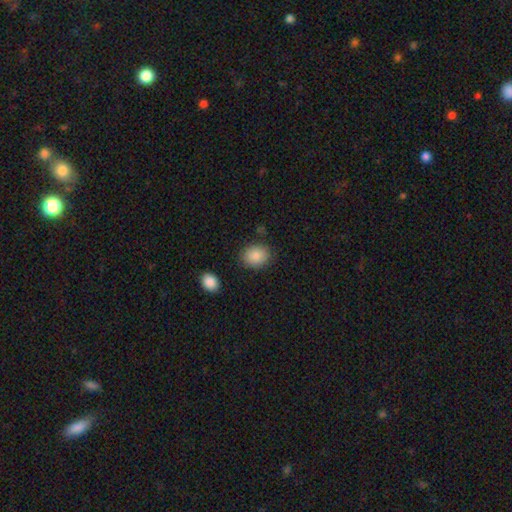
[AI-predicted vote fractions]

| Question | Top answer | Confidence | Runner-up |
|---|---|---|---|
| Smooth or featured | smooth | 87% | star or artifact (7%) |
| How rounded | round | 52% | in between (47%) |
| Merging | none | 83% | minor disturbance (11%) |